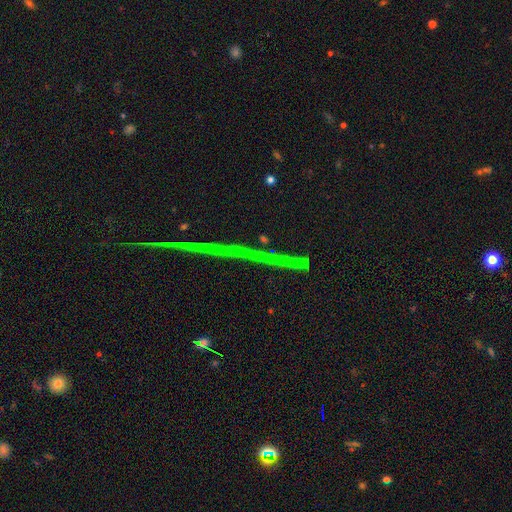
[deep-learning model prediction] Smooth or featured? star or artifact (75%)